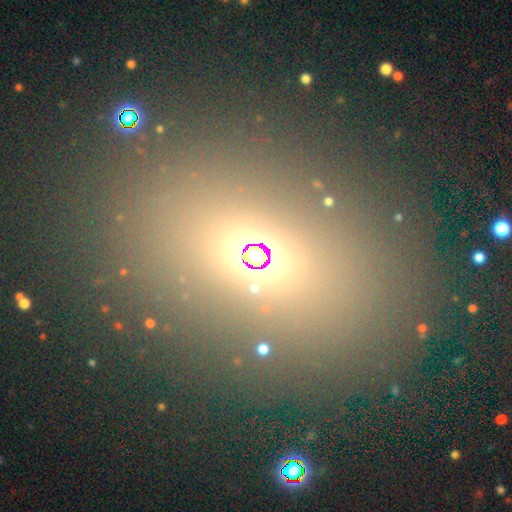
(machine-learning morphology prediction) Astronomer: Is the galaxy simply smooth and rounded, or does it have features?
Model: smooth — 46% (runner-up: star or artifact, 42%).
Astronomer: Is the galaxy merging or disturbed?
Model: none — 80%.